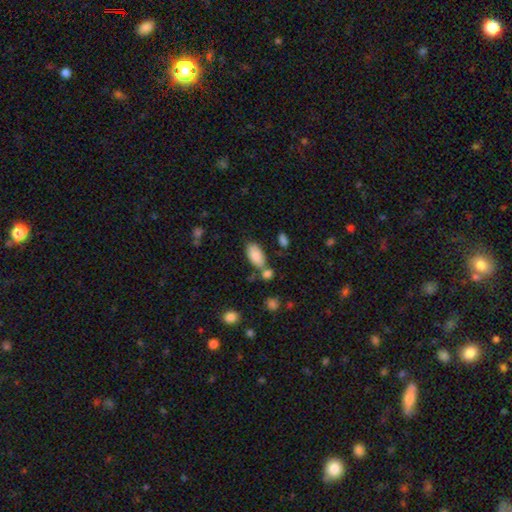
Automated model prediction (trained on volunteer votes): This is clearly a smooth galaxy (86%). How rounded: clearly in between (94%). Merging: likely none (61%).